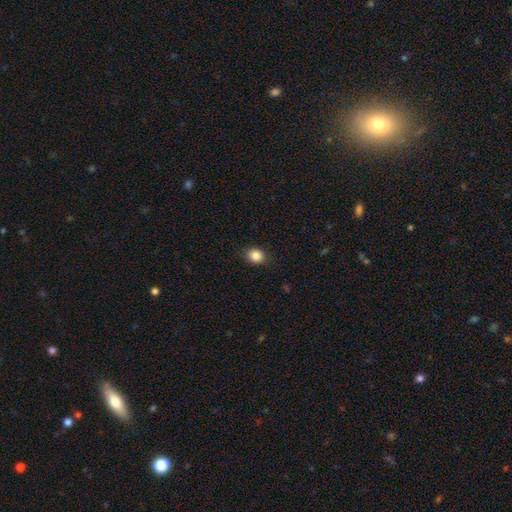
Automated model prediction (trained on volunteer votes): Smooth or featured?
  - smooth: 86% *
  - star or artifact: 10%
  - featured or disk: 4%
How rounded?
  - round: 61% *
  - in between: 38%
  - cigar-shaped: 1%
Merging?
  - none: 86% *
  - minor disturbance: 10%
  - major disturbance: 2%
  - merger: 1%